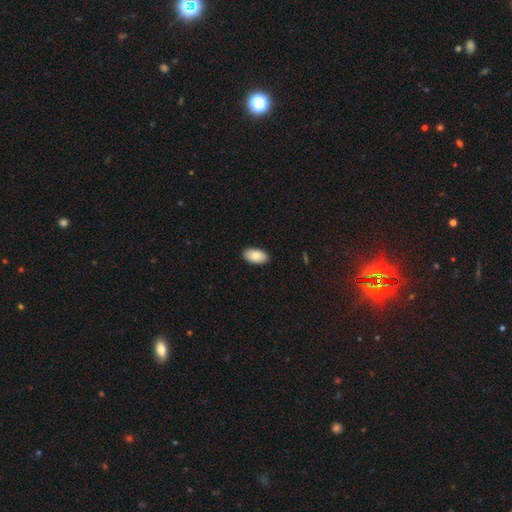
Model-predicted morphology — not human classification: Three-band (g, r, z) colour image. It shows a smooth galaxy with no disk features (82%) that is in between round and cigar-shaped (95%). Merging: none (90%).